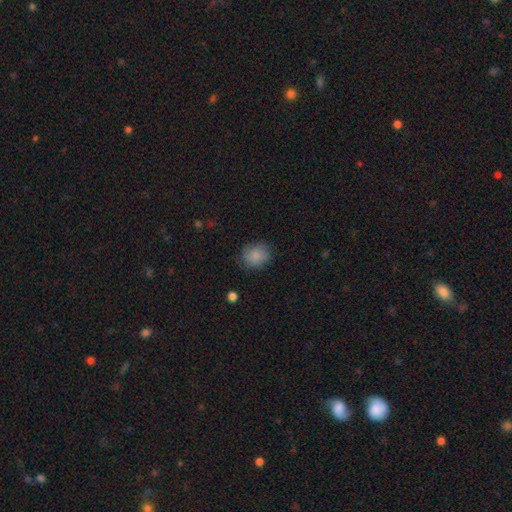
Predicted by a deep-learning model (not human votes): This appears to be a smooth galaxy with no disk features (86%) that is round (68%). Merging: none (78%).